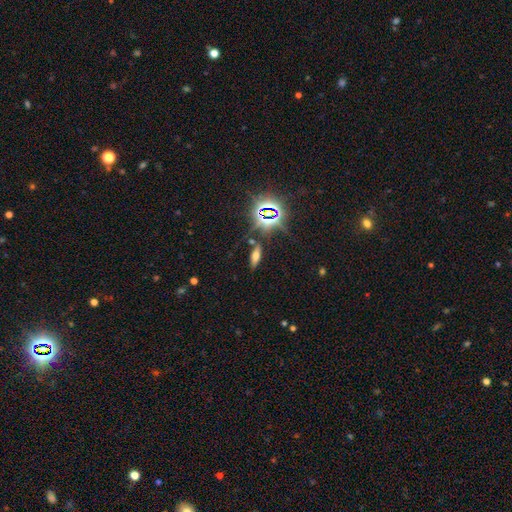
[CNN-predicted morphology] A smooth galaxy with no disk features (48%). Merging: none (80%).